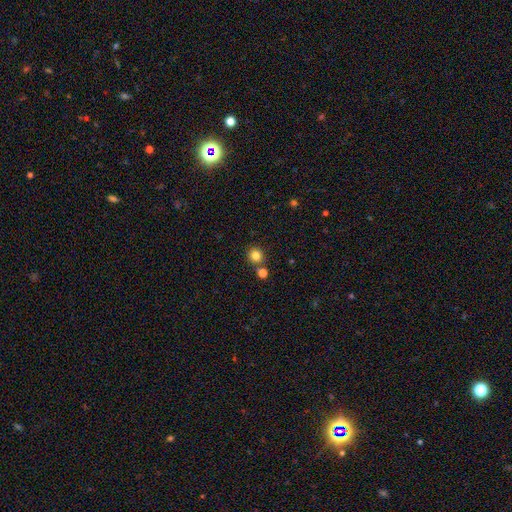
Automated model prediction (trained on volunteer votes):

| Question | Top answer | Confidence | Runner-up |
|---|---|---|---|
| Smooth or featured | smooth | 82% | star or artifact (13%) |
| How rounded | round | 91% | in between (8%) |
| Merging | none | 77% | merger (13%) |